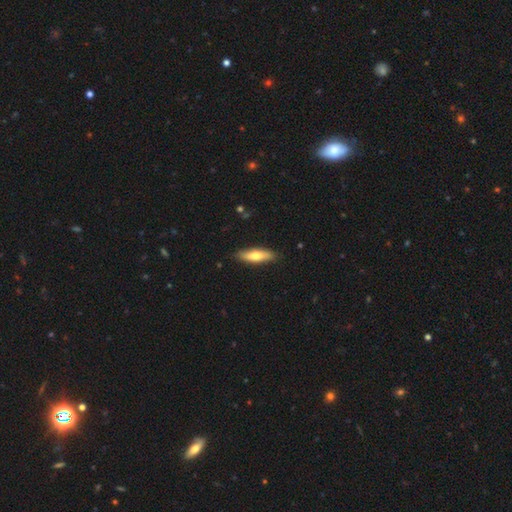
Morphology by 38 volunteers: Smooth or featured?
  - smooth: 58% *
  - featured or disk: 37%
  - star or artifact: 5%
How rounded?
  - cigar-shaped: 59% *
  - in between: 41%
  - round: 0%
Merging?
  - none: 86% *
  - minor disturbance: 11%
  - major disturbance: 3%
  - merger: 0%